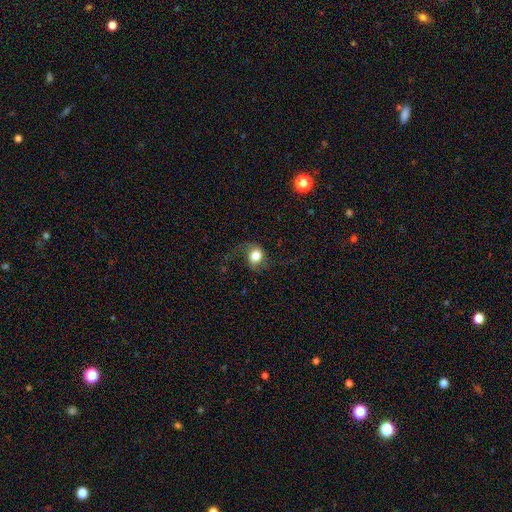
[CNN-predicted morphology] A smooth galaxy with no disk features (55%) that is round (66%). Merging: none (52%).